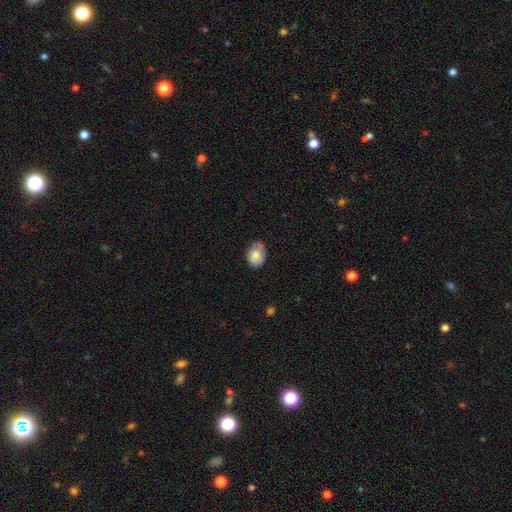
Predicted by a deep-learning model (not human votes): This is likely a smooth galaxy (75%). How rounded: likely in between (75%). Merging: likely none (63%).